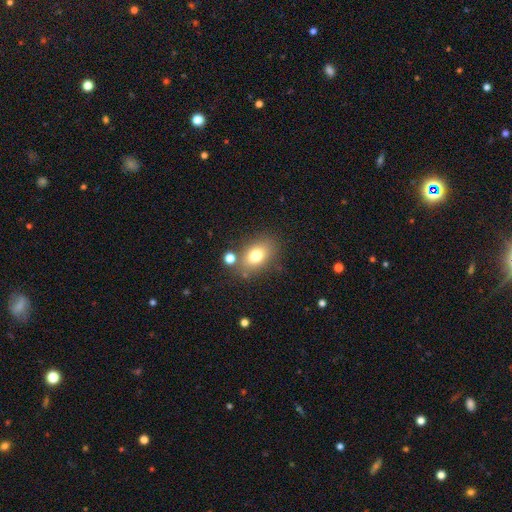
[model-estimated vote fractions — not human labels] smooth_or_featured: smooth (p=0.75) [alt: featured or disk p=0.14]
how_rounded: in between (p=0.79) [alt: round p=0.20]
merging: none (p=0.74) [alt: minor disturbance p=0.13]